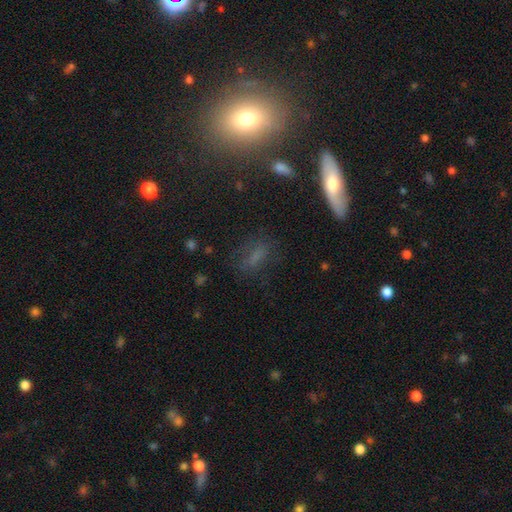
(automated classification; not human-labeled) This appears to be a smooth galaxy with no disk features (58%) that is in between round and cigar-shaped (57%). Merging: none (68%).